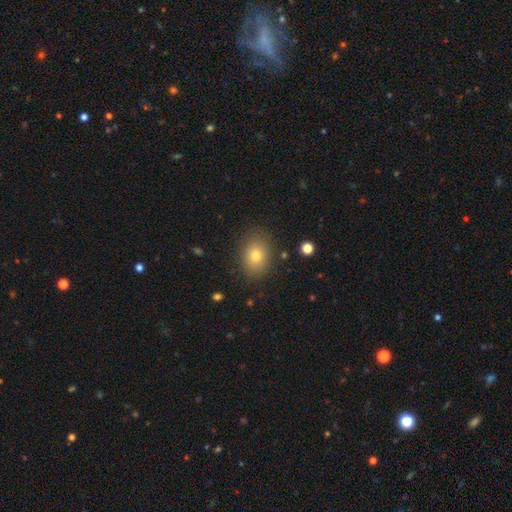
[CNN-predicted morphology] smooth_or_featured: smooth (p=0.77) [alt: featured or disk p=0.12]
how_rounded: in between (p=0.64) [alt: round p=0.35]
merging: none (p=0.85) [alt: minor disturbance p=0.10]